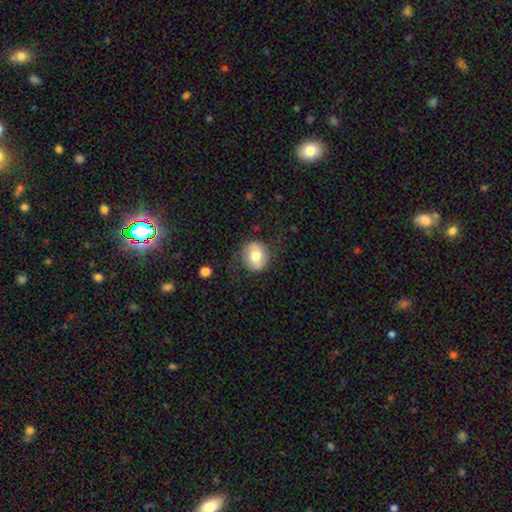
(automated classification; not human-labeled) Smooth or featured? smooth (71%)
How rounded? round (70%)
Merging? none (74%)